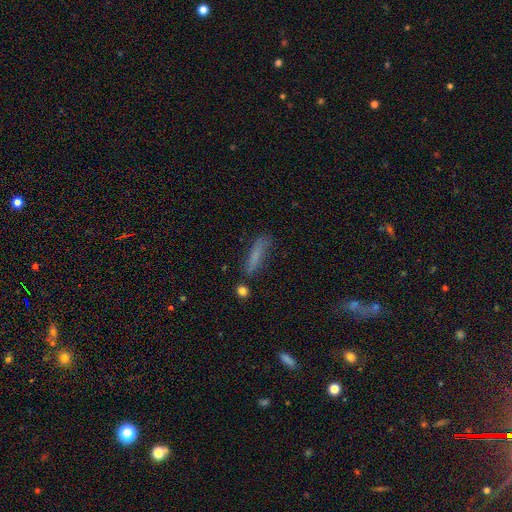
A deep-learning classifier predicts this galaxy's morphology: Q: Smooth or featured?
A: smooth (66%); runner-up: featured or disk (24%)
Q: How rounded?
A: cigar-shaped (81%); runner-up: in between (17%)
Q: Merging?
A: none (70%); runner-up: minor disturbance (20%)